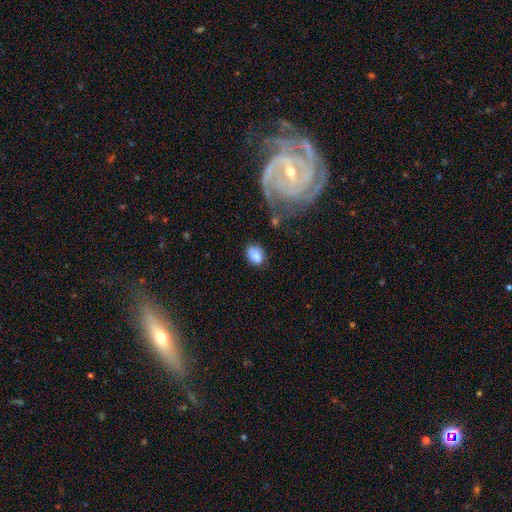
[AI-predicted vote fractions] smooth 79%, featured or disk 13%, star or artifact 8%. Down the decision tree: how rounded — in between (61%); merging — none (66%).